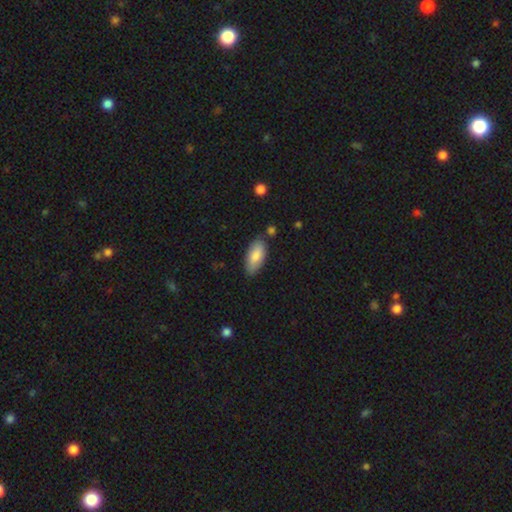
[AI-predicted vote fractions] smooth 82%, featured or disk 12%, star or artifact 6%. Down the decision tree: how rounded — in between (88%); merging — none (80%).